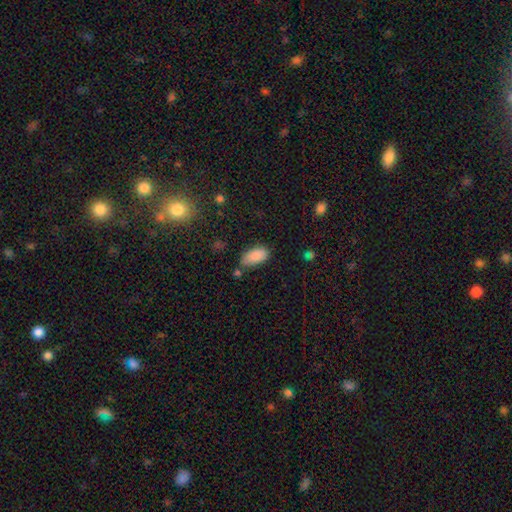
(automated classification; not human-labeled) Smooth or featured? smooth (87%)
How rounded? in between (92%)
Merging? none (64%)